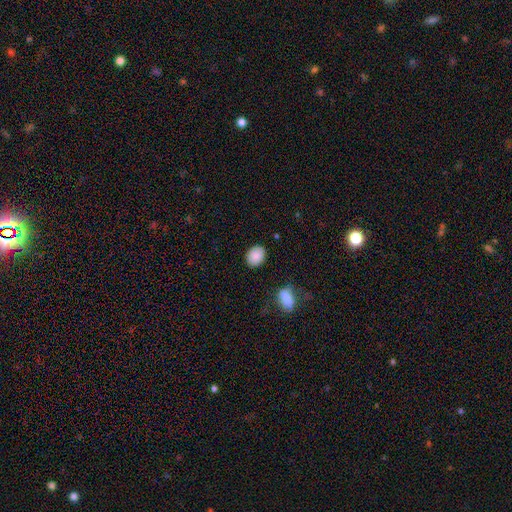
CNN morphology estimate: The model was most divided on "how rounded": in between: 58%, round: 41%, cigar-shaped: 1%. More confident: smooth or featured — smooth (88%); merging — none (85%).